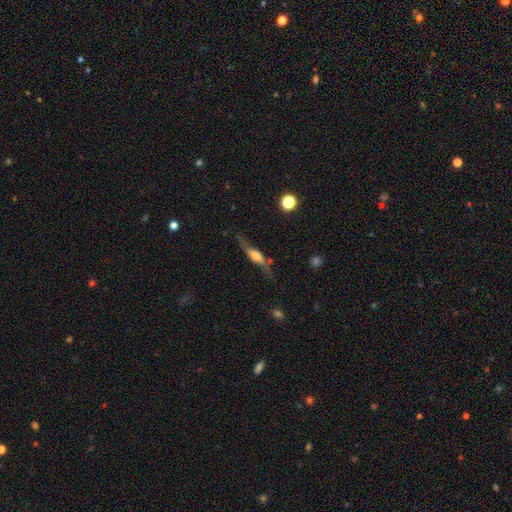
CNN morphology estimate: featured or disk 61%, smooth 32%, star or artifact 8%. Down the decision tree: edge-on disk — yes (81%); merging — none (64%).